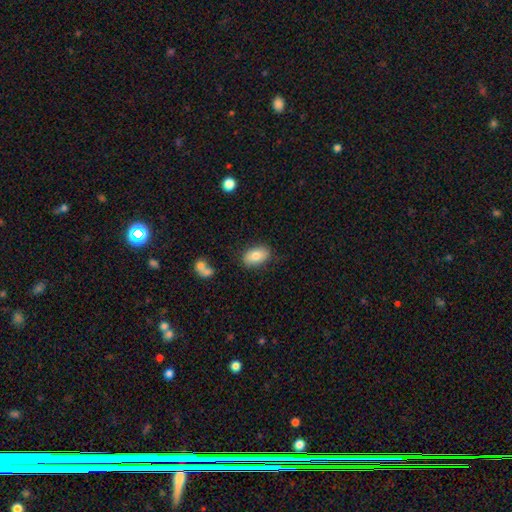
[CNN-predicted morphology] A smooth galaxy with no disk features (80%) that is in between round and cigar-shaped (91%).

Vote fractions:
- Smooth or featured? smooth: 80% / featured or disk: 12% / star or artifact: 7%
- How rounded? in between: 91% / round: 7% / cigar-shaped: 2%
- Merging? none: 82% / minor disturbance: 12% / major disturbance: 3% / merger: 3%